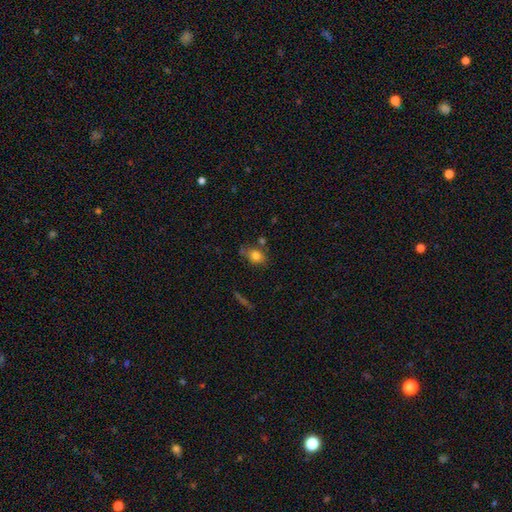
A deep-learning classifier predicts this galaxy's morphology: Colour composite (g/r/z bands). It shows a smooth galaxy with no disk features (78%) that is in between round and cigar-shaped (65%). Merging: none (62%).